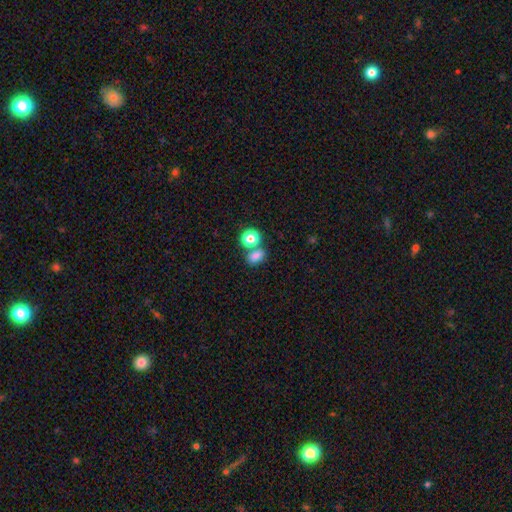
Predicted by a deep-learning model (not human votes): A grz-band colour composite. It shows a smooth galaxy with no disk features (80%) that is in between round and cigar-shaped (63%). Merging: none (52%).